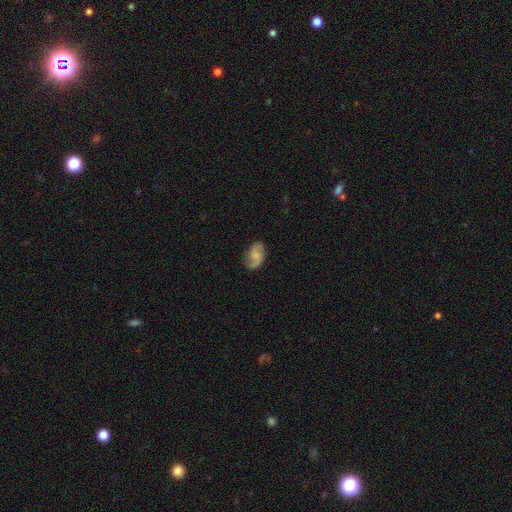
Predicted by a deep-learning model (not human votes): Smooth or featured?
  - featured or disk: 55% *
  - smooth: 37%
  - star or artifact: 8%
Edge-on disk?
  - no: 97% *
  - yes: 3%
Bar?
  - no: 61% *
  - weak: 34%
  - strong: 5%
Spiral arms?
  - yes: 90% *
  - no: 10%
Bulge size?
  - small: 38% *
  - none: 30%
  - moderate: 27%
  - large: 5%
  - dominant: 1%
Merging?
  - none: 71% *
  - minor disturbance: 20%
  - major disturbance: 7%
  - merger: 1%